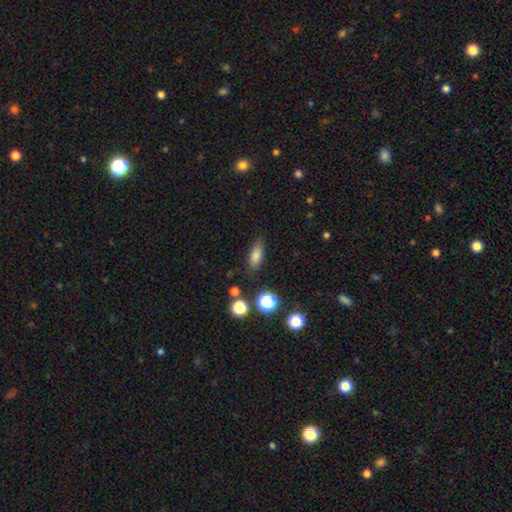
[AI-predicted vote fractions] Q: Smooth or featured?
A: smooth (80%); runner-up: star or artifact (12%)
Q: How rounded?
A: in between (73%); runner-up: cigar-shaped (21%)
Q: Merging?
A: none (82%); runner-up: minor disturbance (12%)